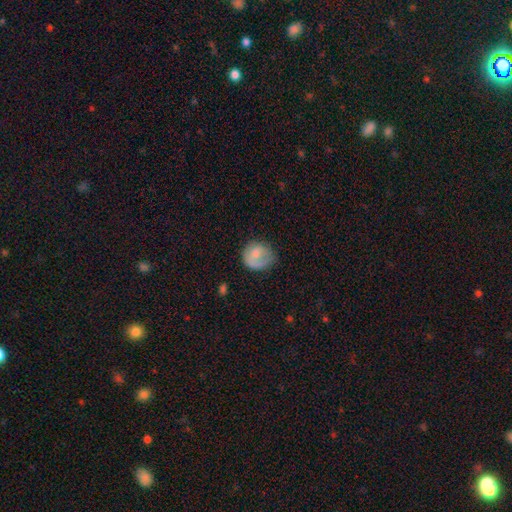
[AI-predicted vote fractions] Overall: smooth (69%). How rounded: round (79%). Merging: none (56%; minor disturbance 26%).